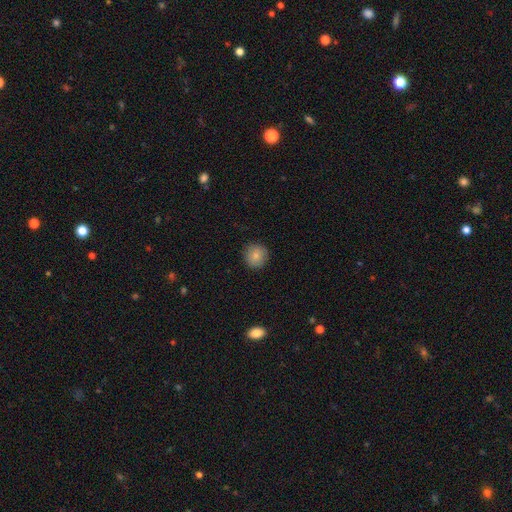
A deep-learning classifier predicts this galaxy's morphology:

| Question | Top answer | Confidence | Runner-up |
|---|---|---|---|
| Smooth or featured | smooth | 82% | featured or disk (9%) |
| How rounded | round | 93% | in between (6%) |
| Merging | none | 90% | minor disturbance (7%) |